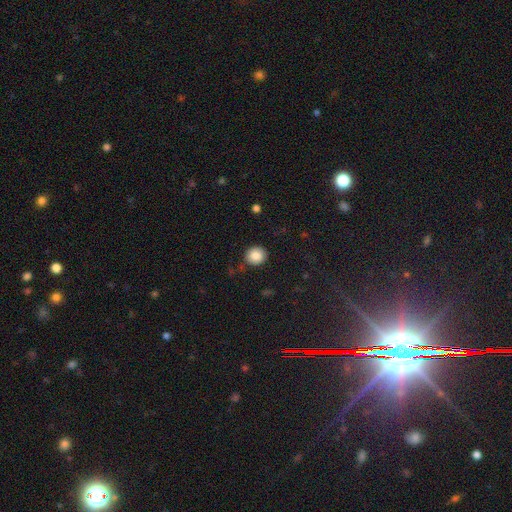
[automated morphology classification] Smooth or featured? Predicted: smooth (p=0.86). How rounded? Predicted: round (p=0.87). Merging? Predicted: none (p=0.86).